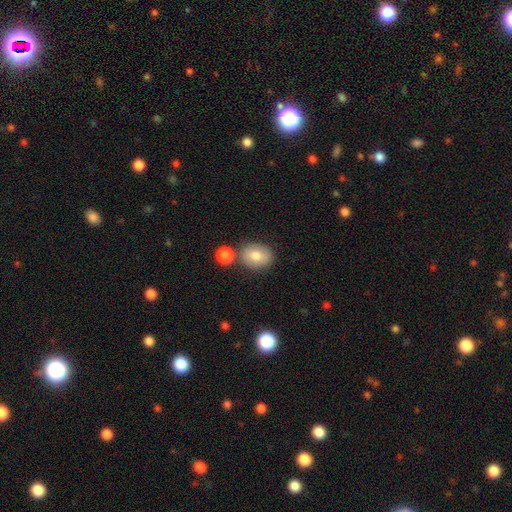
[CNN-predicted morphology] Overall: smooth (79%). How rounded: in between (61%; round 38%). Merging: none (70%).